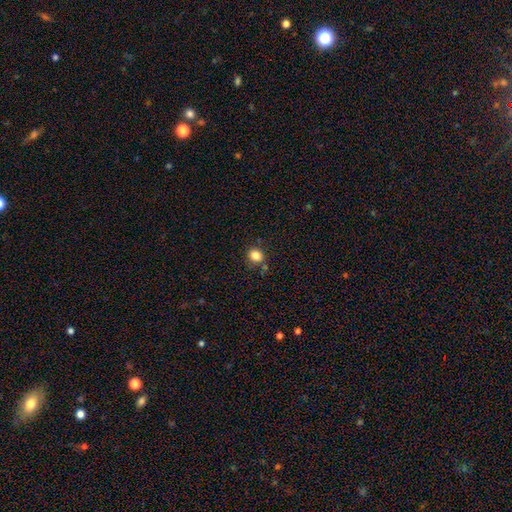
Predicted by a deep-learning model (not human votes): Morphology: type=smooth (84%); roundness=round (68%); merging=none (78%).